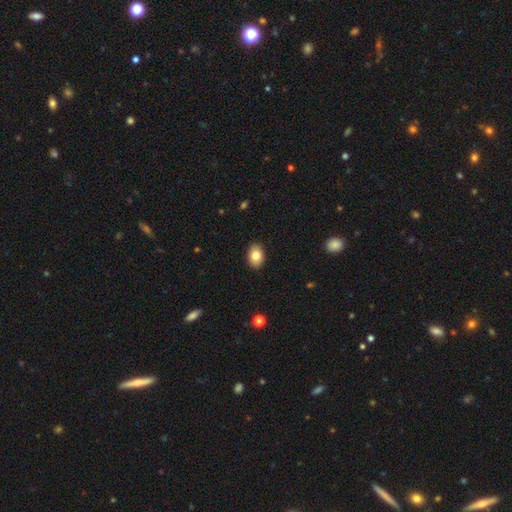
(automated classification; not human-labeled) A smooth galaxy with no disk features (81%) that is in between round and cigar-shaped (81%). Merging: none (90%).